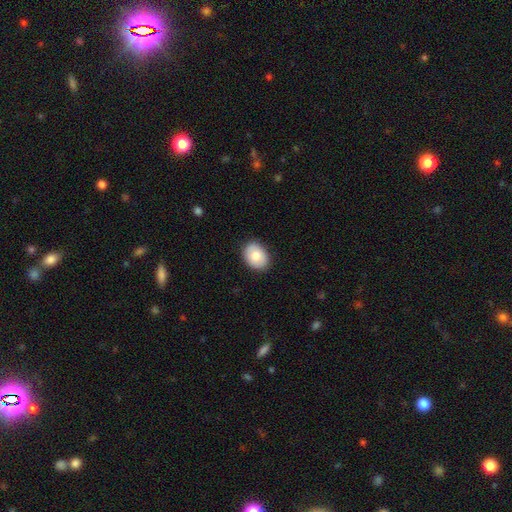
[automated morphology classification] Smooth or featured? Predicted: smooth (p=0.79). How rounded? Predicted: in between (p=0.68). Merging? Predicted: none (p=0.88).